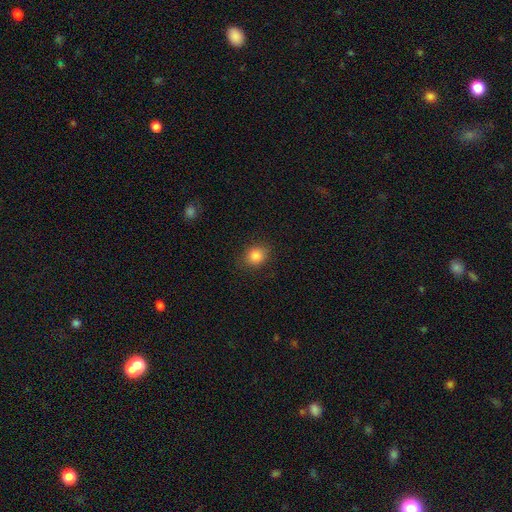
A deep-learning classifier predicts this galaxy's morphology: Smooth or featured? Predicted: smooth (p=0.85). How rounded? Predicted: round (p=0.67). Merging? Predicted: none (p=0.85).